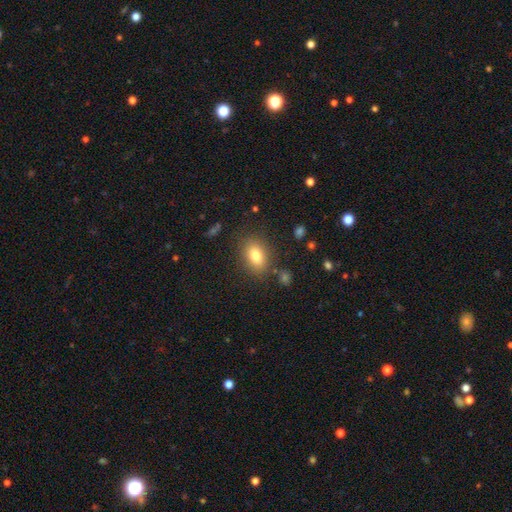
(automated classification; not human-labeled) Morphology: type=smooth (79%); roundness=in between (78%); merging=none (82%).